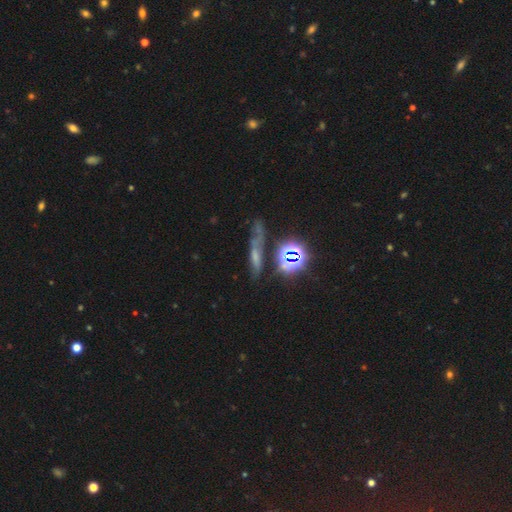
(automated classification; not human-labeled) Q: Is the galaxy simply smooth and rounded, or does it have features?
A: star or artifact — 48%.